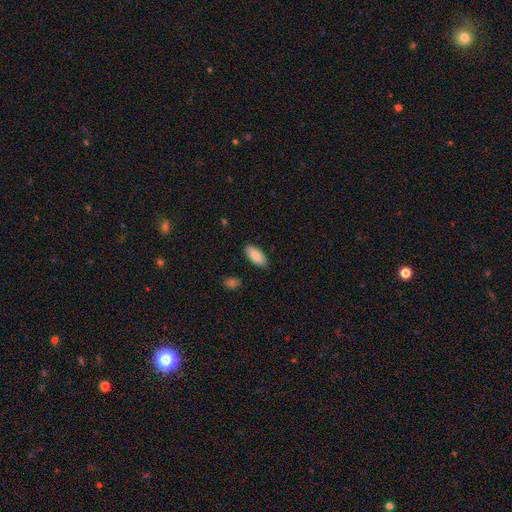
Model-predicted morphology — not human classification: Smooth or featured?
  - smooth: 83% *
  - featured or disk: 10%
  - star or artifact: 6%
How rounded?
  - in between: 87% *
  - cigar-shaped: 11%
  - round: 2%
Merging?
  - none: 86% *
  - minor disturbance: 10%
  - major disturbance: 2%
  - merger: 1%